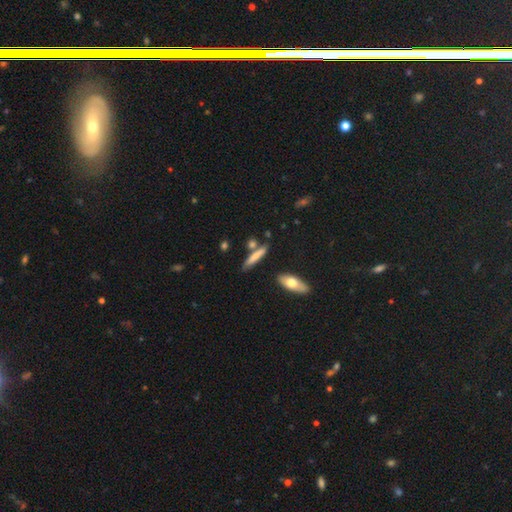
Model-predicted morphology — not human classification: Q: Smooth or featured?
A: smooth (67%); runner-up: featured or disk (26%)
Q: How rounded?
A: cigar-shaped (84%); runner-up: in between (13%)
Q: Merging?
A: none (71%); runner-up: minor disturbance (13%)